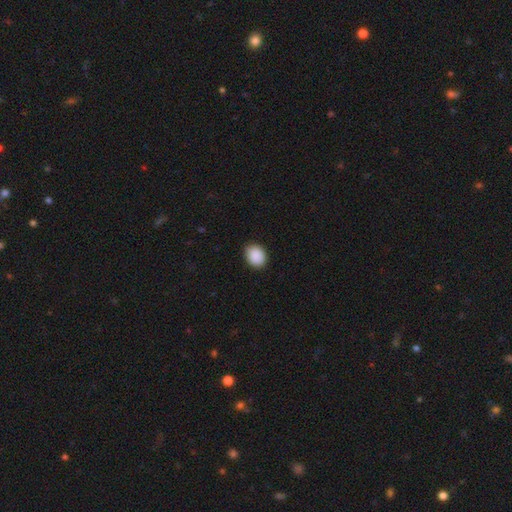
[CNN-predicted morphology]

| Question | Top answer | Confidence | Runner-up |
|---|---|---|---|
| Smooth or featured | smooth | 90% | star or artifact (7%) |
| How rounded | in between | 58% | round (42%) |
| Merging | none | 89% | minor disturbance (8%) |